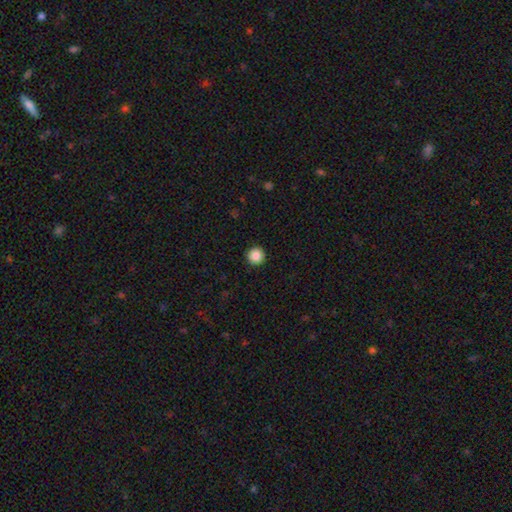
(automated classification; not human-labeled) A smooth galaxy with no disk features (88%) that is round (96%).

Vote fractions:
- Smooth or featured? smooth: 88% / star or artifact: 9% / featured or disk: 3%
- How rounded? round: 96% / in between: 3% / cigar-shaped: 1%
- Merging? none: 93% / minor disturbance: 4% / major disturbance: 2% / merger: 1%